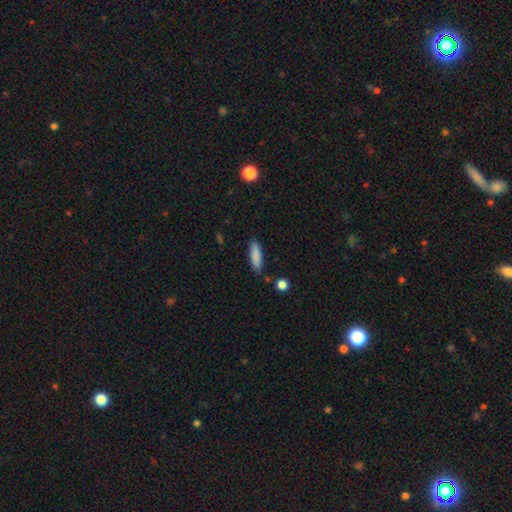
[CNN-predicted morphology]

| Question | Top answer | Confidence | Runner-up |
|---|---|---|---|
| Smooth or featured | smooth | 85% | featured or disk (8%) |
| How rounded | cigar-shaped | 66% | in between (33%) |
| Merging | none | 84% | minor disturbance (11%) |